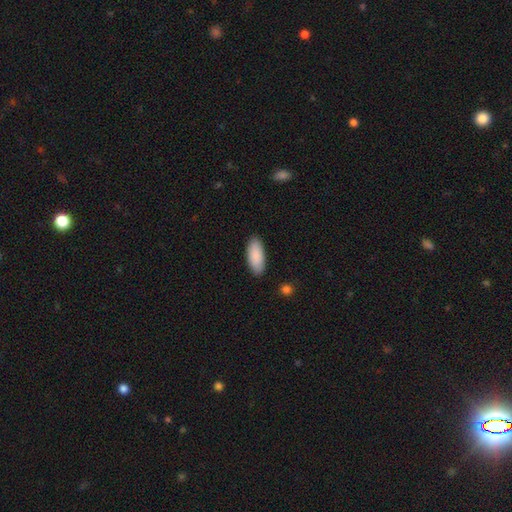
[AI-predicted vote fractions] This appears to be a smooth galaxy with no disk features (90%) that is in between round and cigar-shaped (87%). Merging: none (87%).